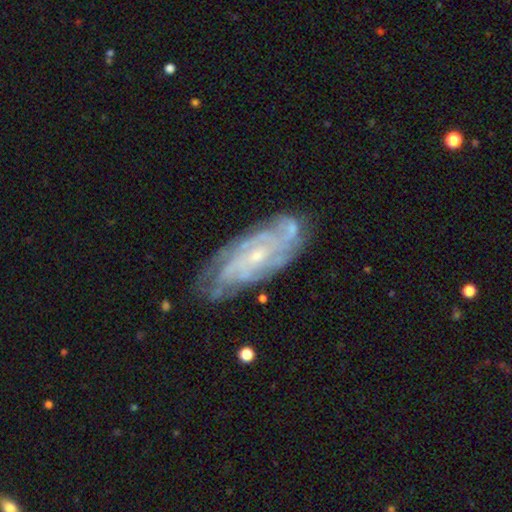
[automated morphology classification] Smooth or featured?
  - featured or disk: 85% *
  - smooth: 9%
  - star or artifact: 6%
Edge-on disk?
  - no: 91% *
  - yes: 9%
Bar?
  - no: 62% *
  - weak: 31%
  - strong: 7%
Spiral arms?
  - yes: 95% *
  - no: 5%
Spiral winding?
  - tight: 68% *
  - medium: 26%
  - loose: 5%
Spiral arm count?
  - can't tell: 35% *
  - 4: 22%
  - 3: 16%
  - 2: 12%
  - more than 4: 9%
  - 1: 5%
Bulge size?
  - small: 73% *
  - moderate: 22%
  - none: 3%
  - large: 1%
  - dominant: 1%
Merging?
  - none: 75% *
  - minor disturbance: 18%
  - major disturbance: 5%
  - merger: 2%